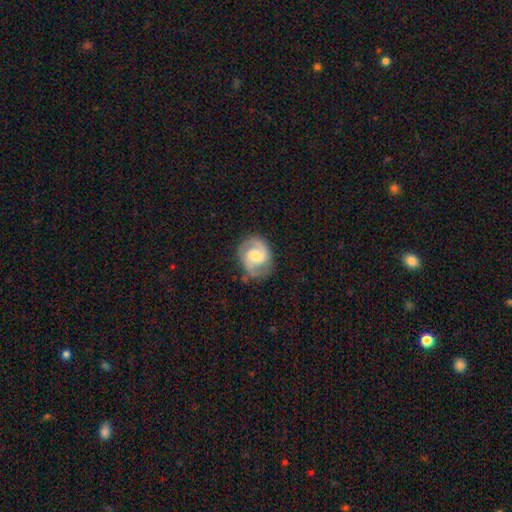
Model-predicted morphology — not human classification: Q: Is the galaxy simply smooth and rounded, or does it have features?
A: featured or disk — 79%.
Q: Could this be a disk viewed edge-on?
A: no — 98%.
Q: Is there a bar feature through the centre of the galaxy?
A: weak — 52%.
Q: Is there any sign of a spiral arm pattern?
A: yes — 95%.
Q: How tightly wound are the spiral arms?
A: medium — 52%.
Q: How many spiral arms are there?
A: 2 — 89%.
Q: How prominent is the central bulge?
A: moderate — 54%.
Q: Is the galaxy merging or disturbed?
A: none — 75%.